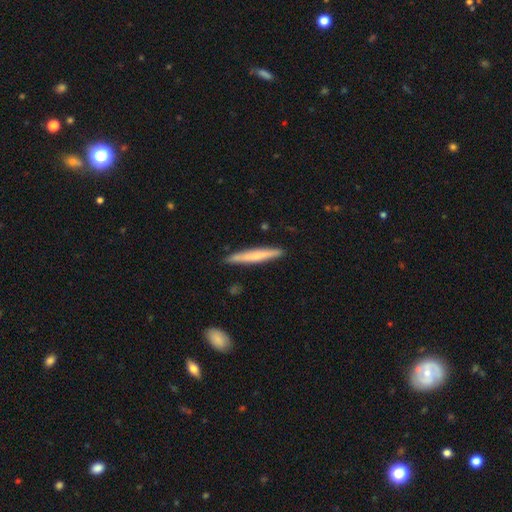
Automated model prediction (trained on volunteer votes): smooth_or_featured: smooth (p=0.63) [alt: featured or disk p=0.31]
how_rounded: cigar-shaped (p=0.95) [alt: in between p=0.03]
merging: none (p=0.88) [alt: minor disturbance p=0.09]